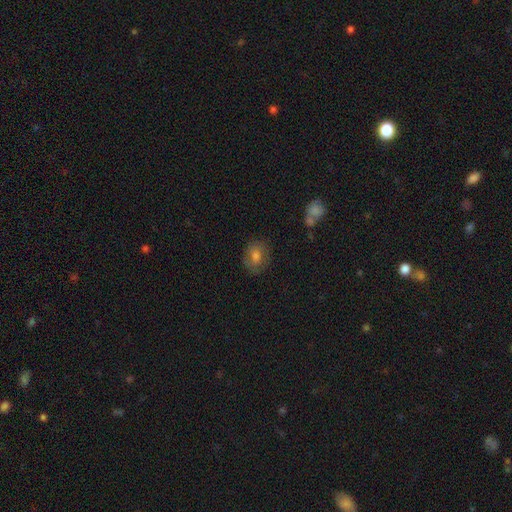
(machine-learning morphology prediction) The model was most divided on "how rounded": round: 54%, in between: 44%, cigar-shaped: 1%. More confident: merging — none (76%); smooth or featured — smooth (67%).